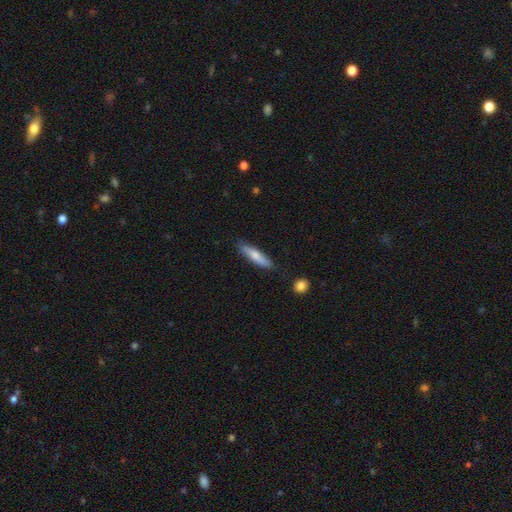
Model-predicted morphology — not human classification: smooth 68%, featured or disk 26%, star or artifact 6%. Down the decision tree: how rounded — cigar-shaped (79%); merging — none (82%).